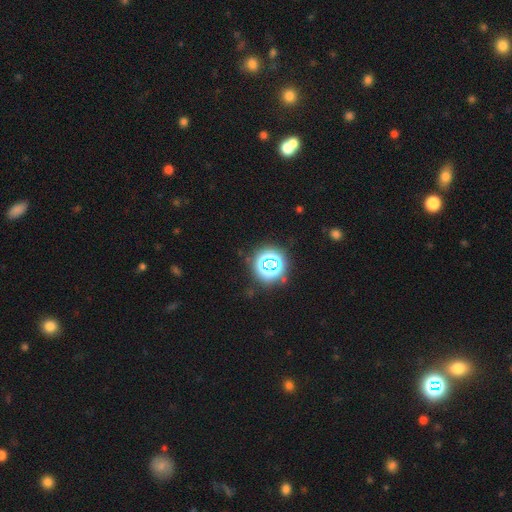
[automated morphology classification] Q: Smooth or featured?
A: star or artifact (62%); runner-up: smooth (27%)